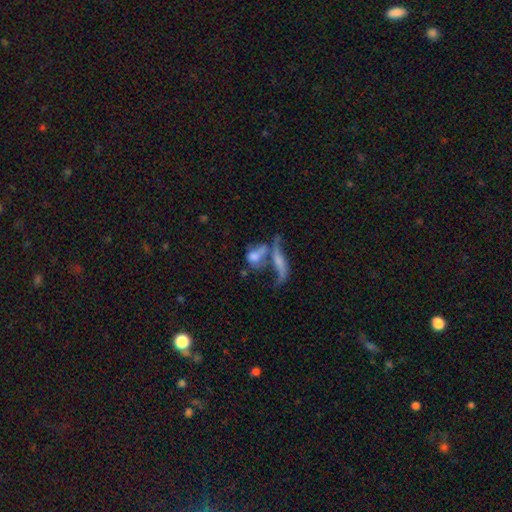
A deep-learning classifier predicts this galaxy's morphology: type=smooth (48%); merging=merger (60%).